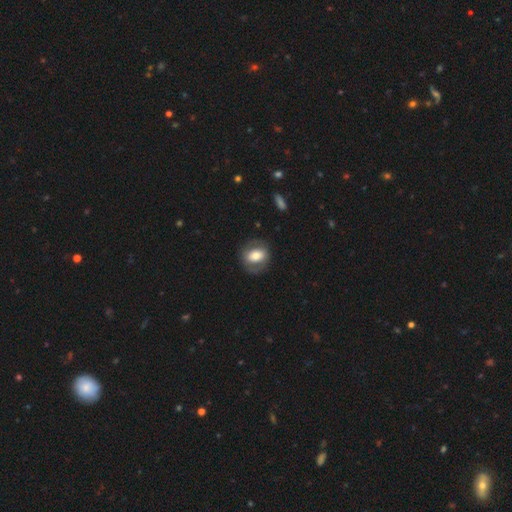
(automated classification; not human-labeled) smooth_or_featured: smooth (p=0.51) [alt: featured or disk p=0.42]
how_rounded: round (p=0.51) [alt: in between p=0.47]
merging: none (p=0.78) [alt: minor disturbance p=0.13]